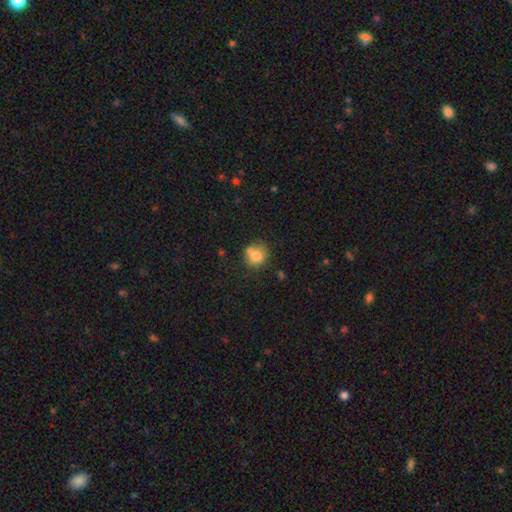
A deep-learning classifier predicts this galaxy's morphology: This appears to be a smooth galaxy with no disk features (75%) that is round (84%). Merging: none (56%).